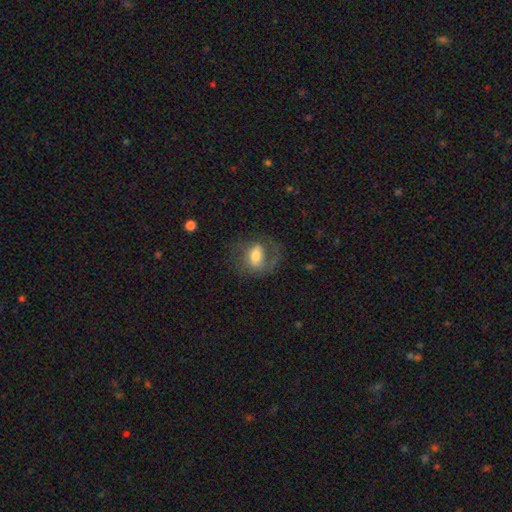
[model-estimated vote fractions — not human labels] A featured or disk galaxy (47%). Merging: none (55%).